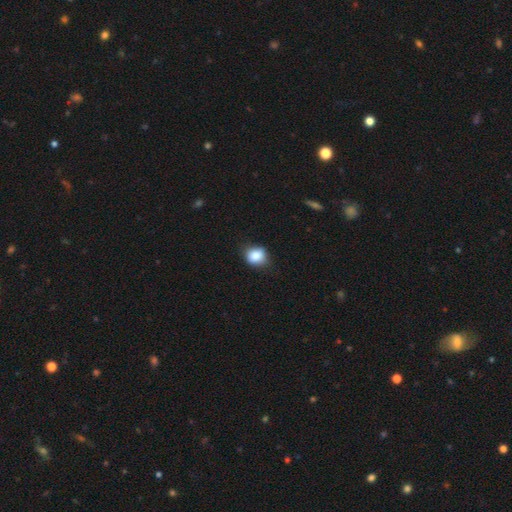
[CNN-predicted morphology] Smooth or featured?
  - smooth: 85% *
  - star or artifact: 9%
  - featured or disk: 6%
How rounded?
  - round: 65% *
  - in between: 34%
  - cigar-shaped: 1%
Merging?
  - none: 70% *
  - minor disturbance: 24%
  - major disturbance: 4%
  - merger: 1%